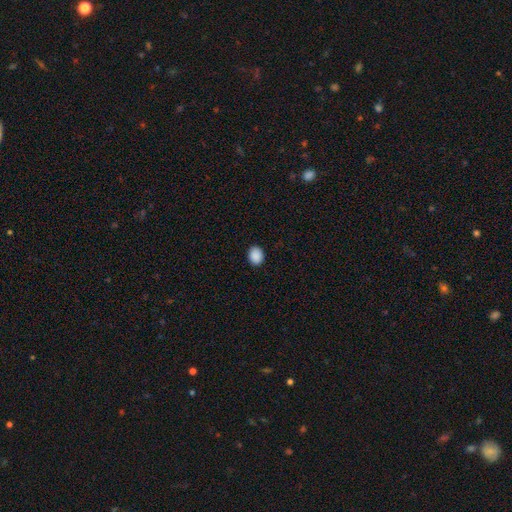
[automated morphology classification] Q: Smooth or featured?
A: smooth (90%); runner-up: star or artifact (8%)
Q: How rounded?
A: in between (51%); runner-up: round (48%)
Q: Merging?
A: none (90%); runner-up: minor disturbance (7%)